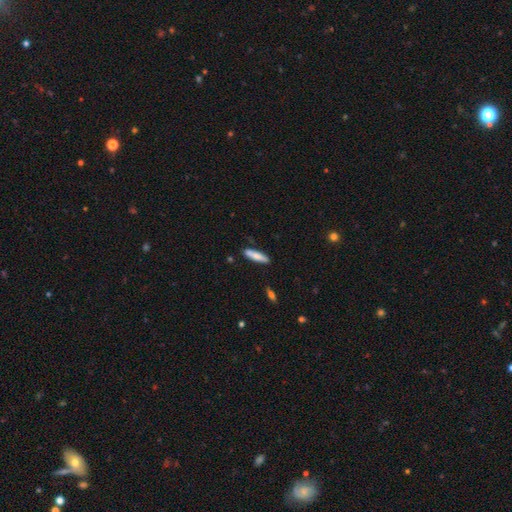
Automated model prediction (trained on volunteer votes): Overall: smooth (77%). How rounded: cigar-shaped (77%). Merging: none (84%).